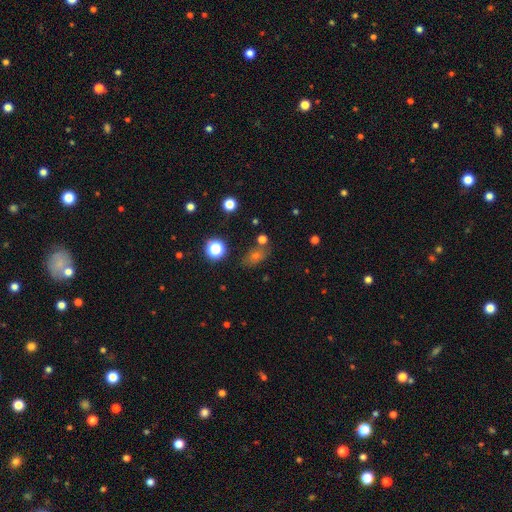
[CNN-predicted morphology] smooth-or-featured: smooth: 53% | star or artifact: 32% | featured or disk: 16%
  how-rounded: in between: 67% | round: 29% | cigar-shaped: 4%
  merging: none: 75% | minor disturbance: 13% | merger: 8% | major disturbance: 4%